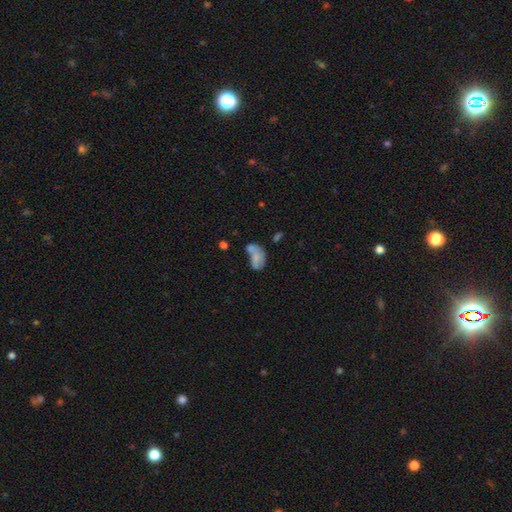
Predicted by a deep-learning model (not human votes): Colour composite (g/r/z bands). It shows a smooth galaxy with no disk features (62%) that is in between round and cigar-shaped (88%). Merging: merger (38%).